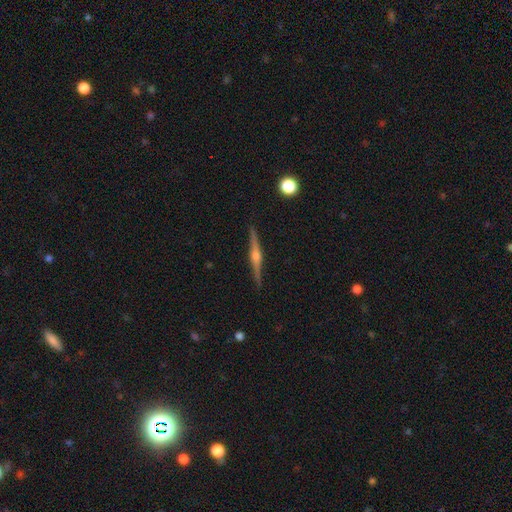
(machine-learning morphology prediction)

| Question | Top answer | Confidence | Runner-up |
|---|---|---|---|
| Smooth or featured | featured or disk | 85% | smooth (10%) |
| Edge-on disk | yes | 99% | no (1%) |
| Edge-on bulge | rounded | 89% | boxy (7%) |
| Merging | none | 92% | minor disturbance (6%) |